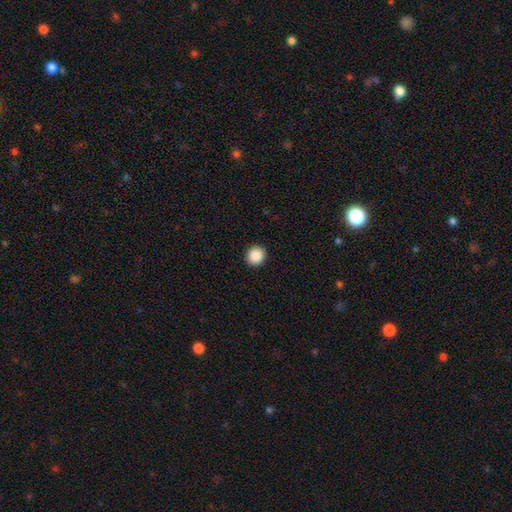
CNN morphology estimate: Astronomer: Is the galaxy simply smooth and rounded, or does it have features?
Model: smooth — 88%.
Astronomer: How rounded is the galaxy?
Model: round — 90%.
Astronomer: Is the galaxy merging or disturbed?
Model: none — 93%.